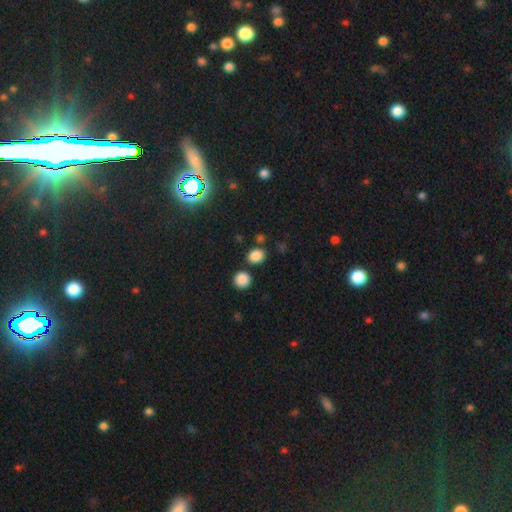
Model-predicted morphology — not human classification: Q: Smooth or featured?
A: smooth (84%); runner-up: star or artifact (12%)
Q: How rounded?
A: in between (52%); runner-up: round (47%)
Q: Merging?
A: none (77%); runner-up: merger (11%)